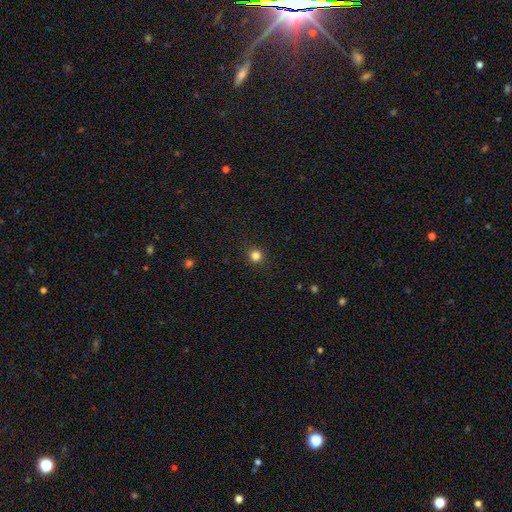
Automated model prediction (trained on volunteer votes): smooth-or-featured: smooth: 82% | star or artifact: 14% | featured or disk: 4%
  how-rounded: round: 93% | in between: 6% | cigar-shaped: 1%
  merging: none: 91% | minor disturbance: 6% | major disturbance: 2% | merger: 1%